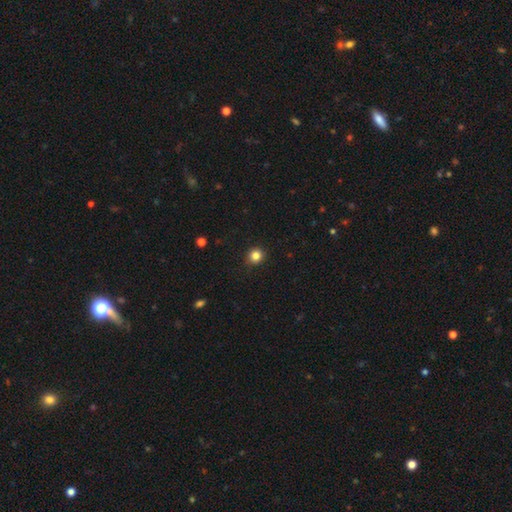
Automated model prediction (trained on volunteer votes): Morphology: type=smooth (84%); roundness=round (92%); merging=none (92%).